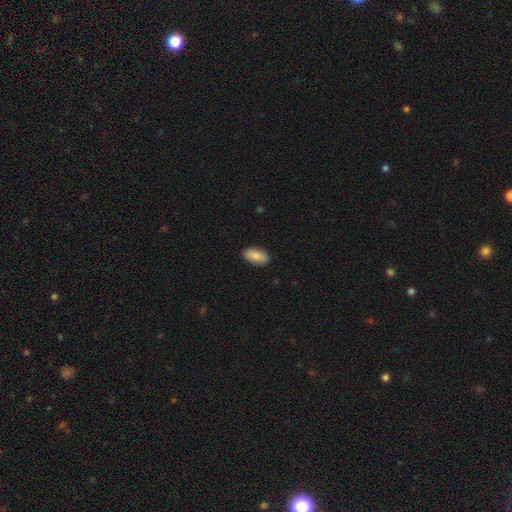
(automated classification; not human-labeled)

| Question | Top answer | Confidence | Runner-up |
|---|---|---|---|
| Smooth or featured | smooth | 84% | featured or disk (10%) |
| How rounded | in between | 94% | round (3%) |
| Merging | none | 88% | minor disturbance (10%) |